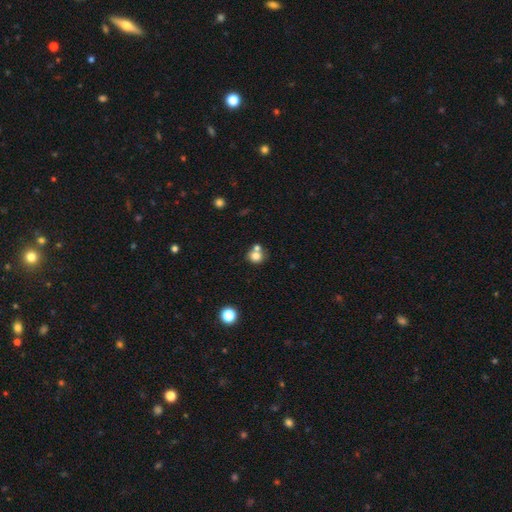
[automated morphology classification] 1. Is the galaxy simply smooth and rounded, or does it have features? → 78% smooth, 11% star or artifact, 11% featured or disk.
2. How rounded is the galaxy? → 79% round, 20% in between, 1% cigar-shaped.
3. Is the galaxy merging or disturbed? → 49% none, 39% merger, 9% minor disturbance, 4% major disturbance.